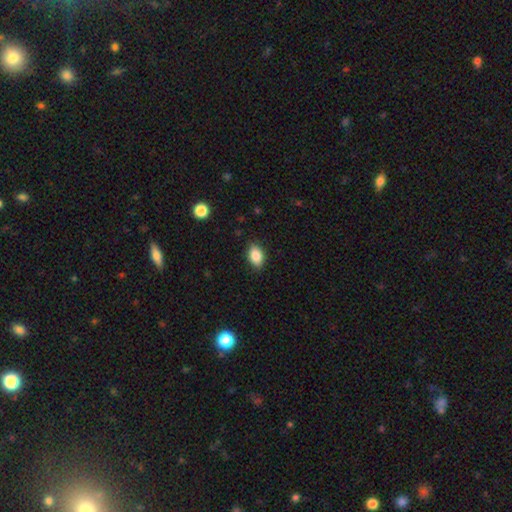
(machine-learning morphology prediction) type=smooth (87%); roundness=in between (87%); merging=none (86%).